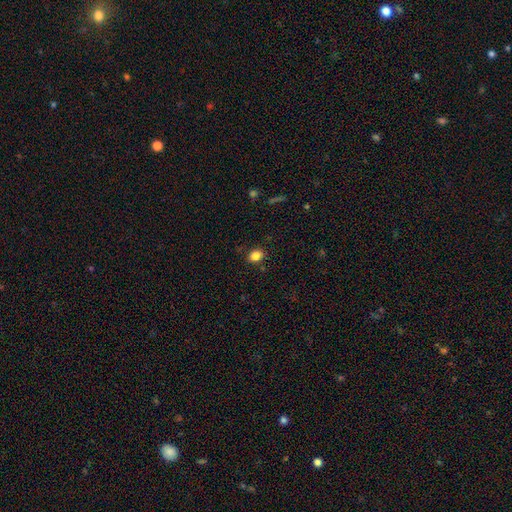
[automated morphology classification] The model was most divided on "how rounded": in between: 64%, round: 34%, cigar-shaped: 1%. More confident: smooth or featured — smooth (85%); merging — none (83%).